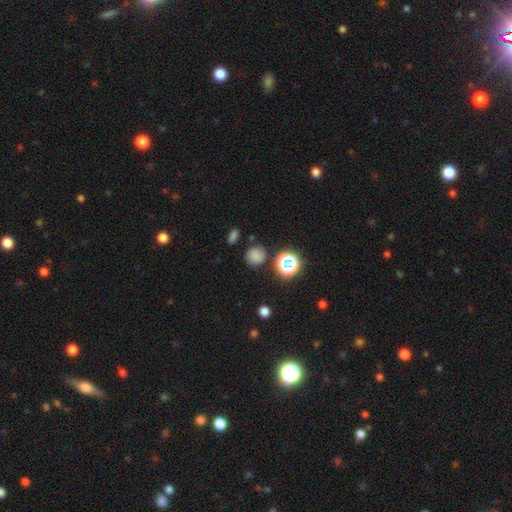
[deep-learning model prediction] Smooth or featured?
  - smooth: 72% *
  - star or artifact: 20%
  - featured or disk: 8%
How rounded?
  - round: 86% *
  - in between: 13%
  - cigar-shaped: 1%
Merging?
  - none: 74% *
  - minor disturbance: 15%
  - merger: 5%
  - major disturbance: 5%